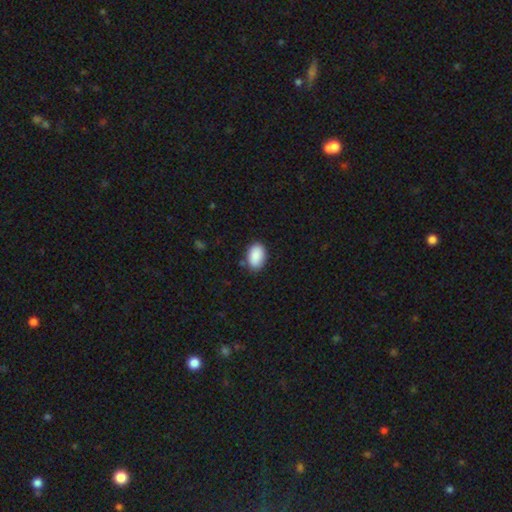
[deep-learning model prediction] Smooth or featured: smooth — 90% (star or artifact — 7%)
How rounded: in between — 90% (round — 9%)
Merging: none — 84% (minor disturbance — 12%)